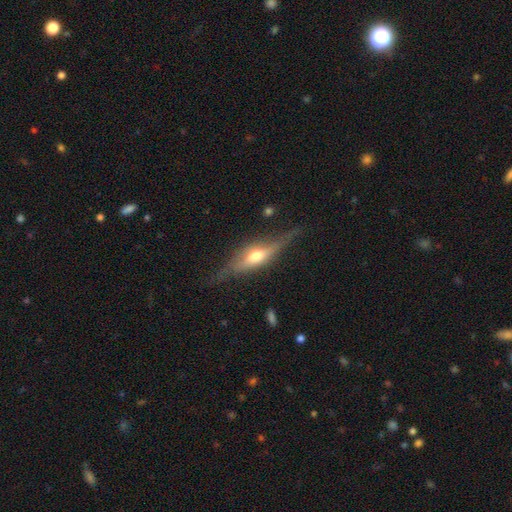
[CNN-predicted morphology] The model was most divided on "smooth or featured": featured or disk: 68%, smooth: 25%, star or artifact: 6%. More confident: edge-on disk — yes (90%); edge-on bulge — rounded (87%); merging — none (74%).